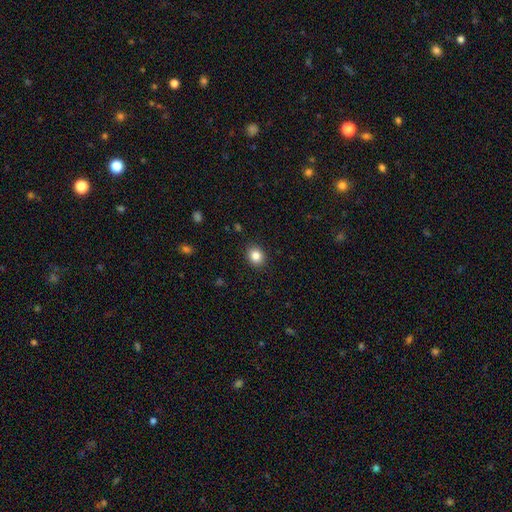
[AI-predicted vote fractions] smooth-or-featured: smooth: 85% | star or artifact: 10% | featured or disk: 6%
  how-rounded: round: 66% | in between: 33% | cigar-shaped: 1%
  merging: none: 90% | minor disturbance: 7% | major disturbance: 2% | merger: 1%